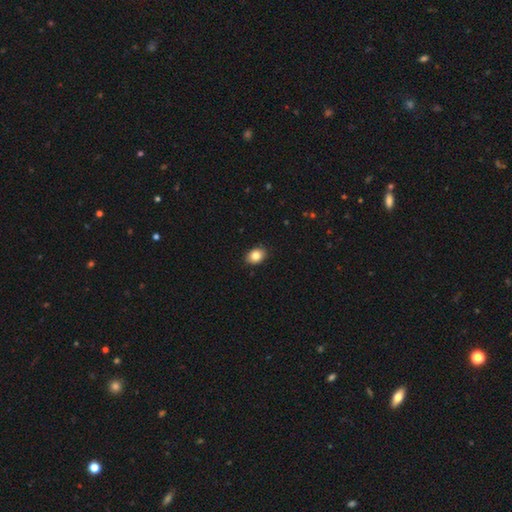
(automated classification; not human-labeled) This is clearly a smooth galaxy (84%). How rounded: likely in between (71%). Merging: clearly none (89%).